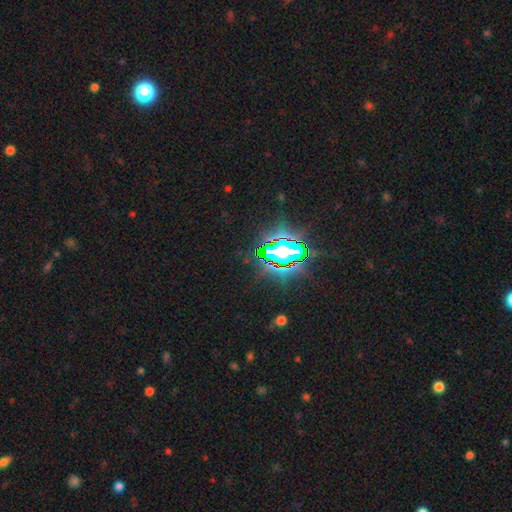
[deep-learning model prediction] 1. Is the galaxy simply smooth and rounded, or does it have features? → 82% star or artifact, 10% smooth, 8% featured or disk.